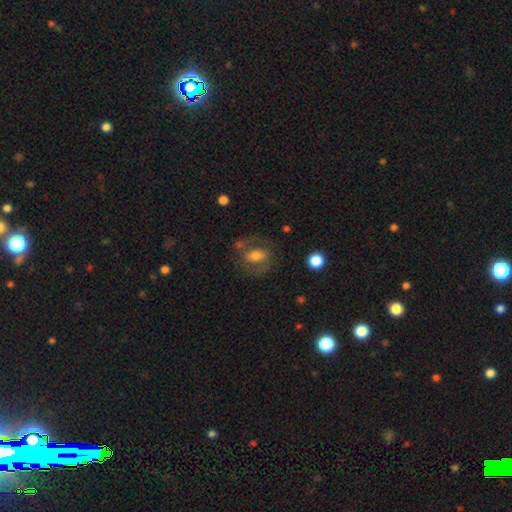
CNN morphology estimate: Smooth or featured? Predicted: featured or disk (p=0.49). Merging? Predicted: none (p=0.67).